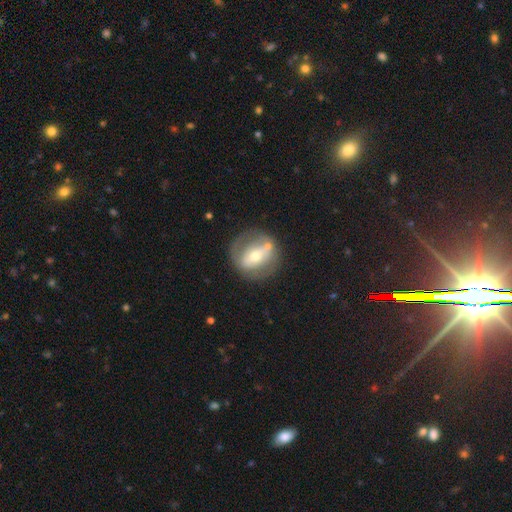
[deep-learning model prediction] Smooth or featured? featured or disk (61%)
Edge-on disk? no (88%)
Bar? strong (48%)
Spiral arms? no (70%)
Bulge size? moderate (62%)
Merging? none (66%)